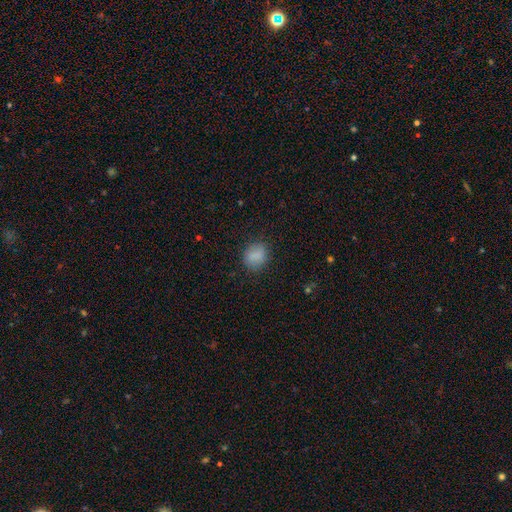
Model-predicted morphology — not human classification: A smooth galaxy with no disk features (83%) that is round (60%). Merging: none (80%).